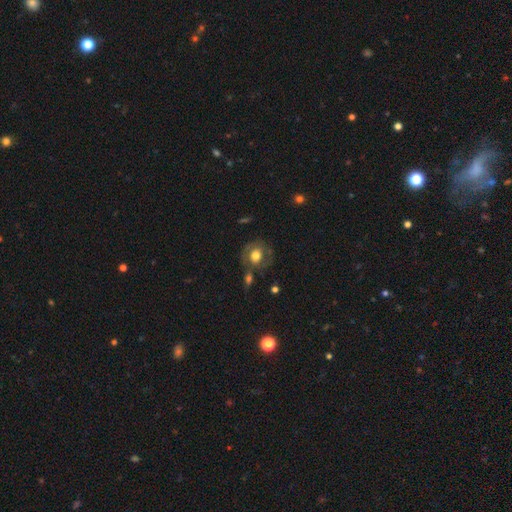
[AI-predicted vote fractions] Smooth or featured? Predicted: smooth (p=0.49). Merging? Predicted: none (p=0.59).